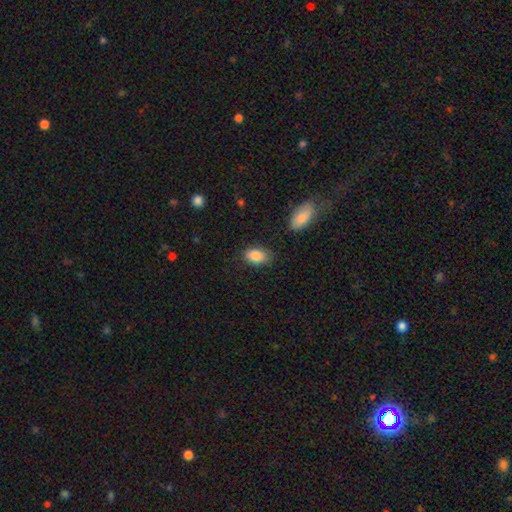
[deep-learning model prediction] This appears to be a smooth galaxy with no disk features (86%) that is in between round and cigar-shaped (89%). Merging: none (76%).